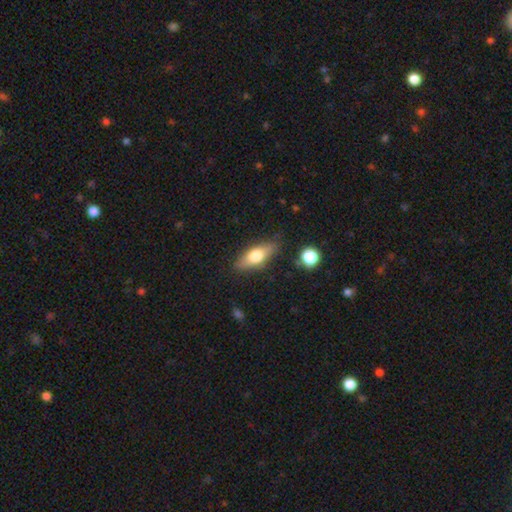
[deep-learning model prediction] Smooth or featured?
  - smooth: 66% *
  - featured or disk: 27%
  - star or artifact: 7%
How rounded?
  - in between: 68% *
  - cigar-shaped: 28%
  - round: 4%
Merging?
  - none: 80% *
  - minor disturbance: 14%
  - major disturbance: 3%
  - merger: 2%